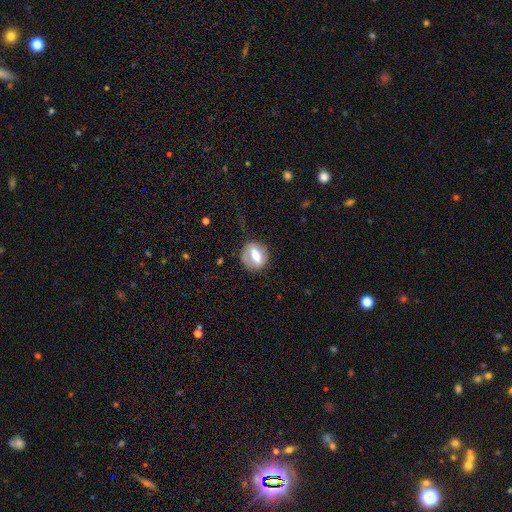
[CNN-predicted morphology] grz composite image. It shows a smooth galaxy with no disk features (52%) that is round (57%). Merging: none (76%).